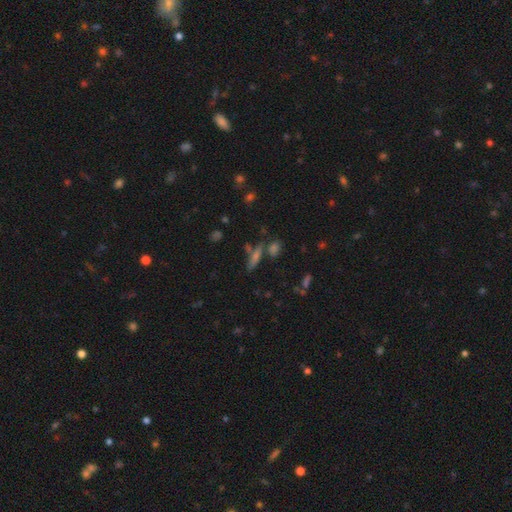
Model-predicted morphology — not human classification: Q: Smooth or featured?
A: smooth (48%); runner-up: star or artifact (28%)
Q: Merging?
A: none (62%); runner-up: merger (19%)